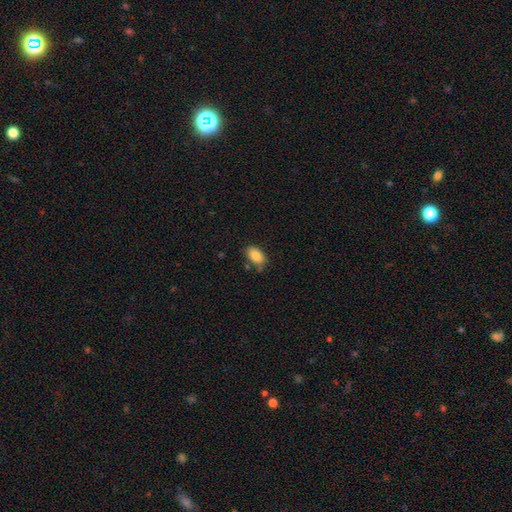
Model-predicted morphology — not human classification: A smooth galaxy with no disk features (87%) that is in between round and cigar-shaped (92%). Merging: none (71%).